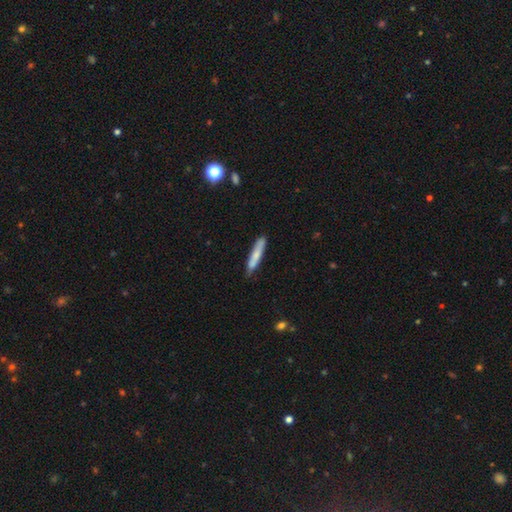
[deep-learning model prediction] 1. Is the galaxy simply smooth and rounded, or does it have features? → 72% smooth, 22% featured or disk, 6% star or artifact.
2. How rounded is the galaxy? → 90% cigar-shaped, 9% in between, 1% round.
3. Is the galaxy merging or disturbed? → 77% none, 18% minor disturbance, 3% major disturbance, 2% merger.